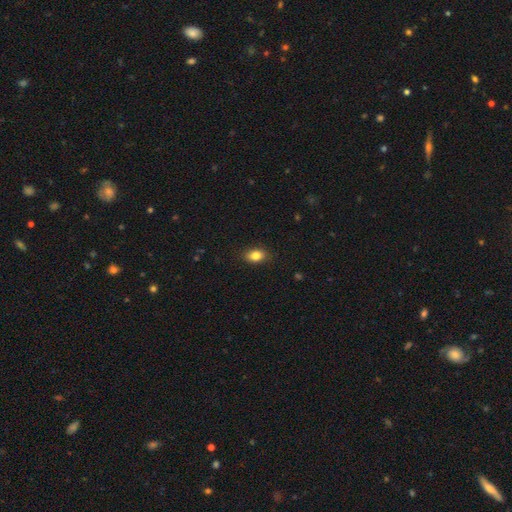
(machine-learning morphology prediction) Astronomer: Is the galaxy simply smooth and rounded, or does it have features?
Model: smooth — 84%.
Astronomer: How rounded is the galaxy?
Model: in between — 77%.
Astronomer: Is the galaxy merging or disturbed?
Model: none — 87%.